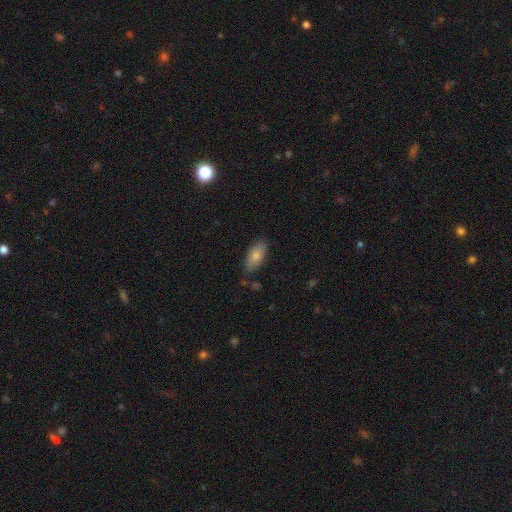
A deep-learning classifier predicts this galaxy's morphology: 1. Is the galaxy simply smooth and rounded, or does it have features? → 80% smooth, 13% featured or disk, 7% star or artifact.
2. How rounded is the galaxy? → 88% in between, 10% cigar-shaped, 3% round.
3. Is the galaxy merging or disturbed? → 80% none, 15% minor disturbance, 3% major disturbance, 2% merger.